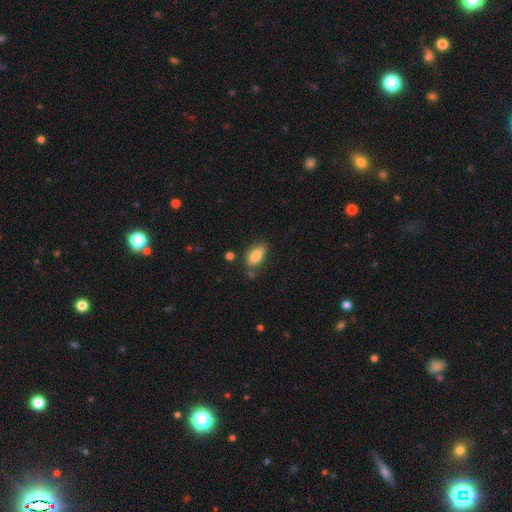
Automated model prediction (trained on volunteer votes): The model was most divided on "merging": none: 72%, minor disturbance: 19%, merger: 5%, major disturbance: 4%. More confident: how rounded — in between (89%); smooth or featured — smooth (84%).